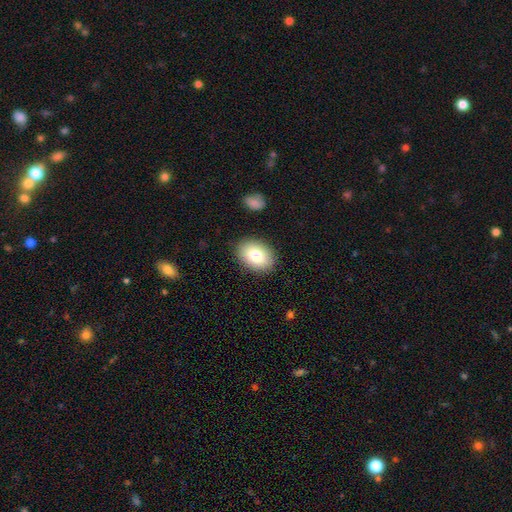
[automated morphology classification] Smooth or featured?
  - smooth: 81% *
  - featured or disk: 12%
  - star or artifact: 8%
How rounded?
  - in between: 79% *
  - round: 20%
  - cigar-shaped: 1%
Merging?
  - none: 87% *
  - minor disturbance: 9%
  - major disturbance: 2%
  - merger: 2%